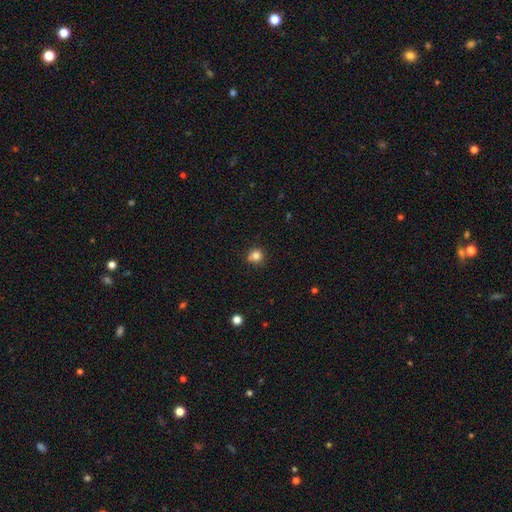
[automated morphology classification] A smooth galaxy with no disk features (82%) that is round (91%).

Vote fractions:
- Smooth or featured? smooth: 82% / star or artifact: 12% / featured or disk: 6%
- How rounded? round: 91% / in between: 8% / cigar-shaped: 1%
- Merging? none: 78% / minor disturbance: 13% / merger: 6% / major disturbance: 3%